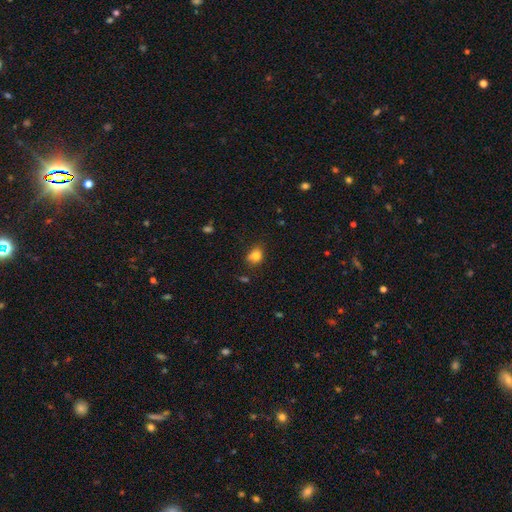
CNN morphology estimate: Overall: smooth (80%). How rounded: round (50%; in between 49%). Merging: none (65%; minor disturbance 25%).